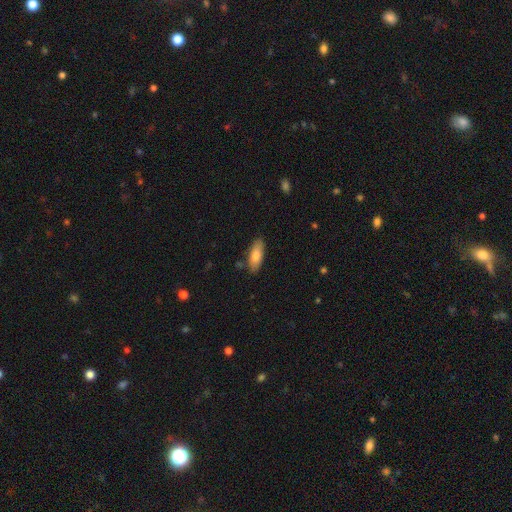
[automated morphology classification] Overall: smooth (82%). How rounded: in between (72%). Merging: none (82%).